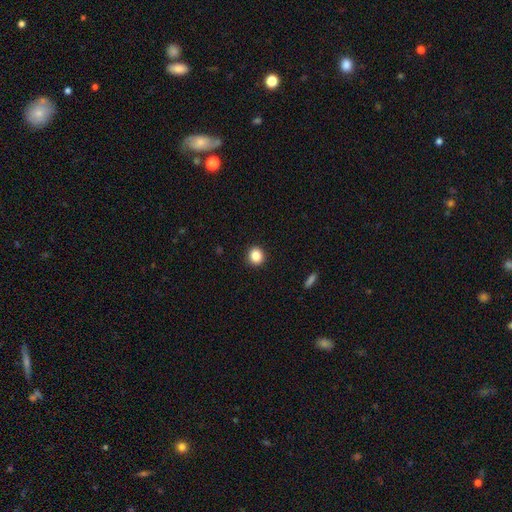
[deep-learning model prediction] smooth 86%, star or artifact 10%, featured or disk 4%. Down the decision tree: how rounded — round (89%); merging — none (92%).